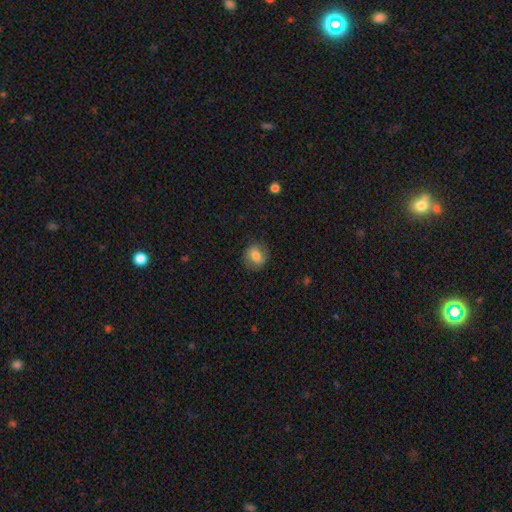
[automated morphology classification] Smooth or featured? smooth (68%)
How rounded? round (71%)
Merging? none (80%)